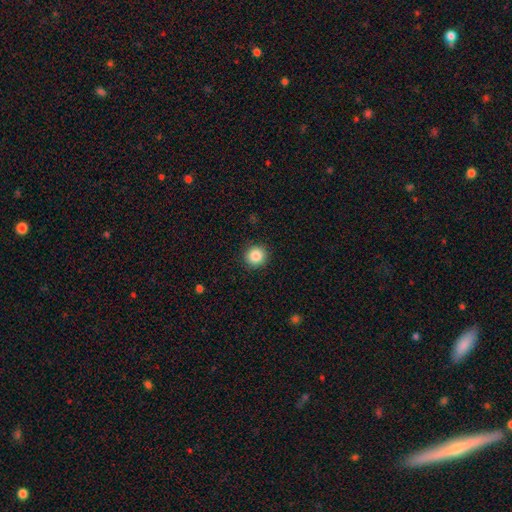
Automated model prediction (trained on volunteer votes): Smooth or featured: smooth — 86% (star or artifact — 10%)
How rounded: round — 94% (in between — 5%)
Merging: none — 92% (minor disturbance — 5%)